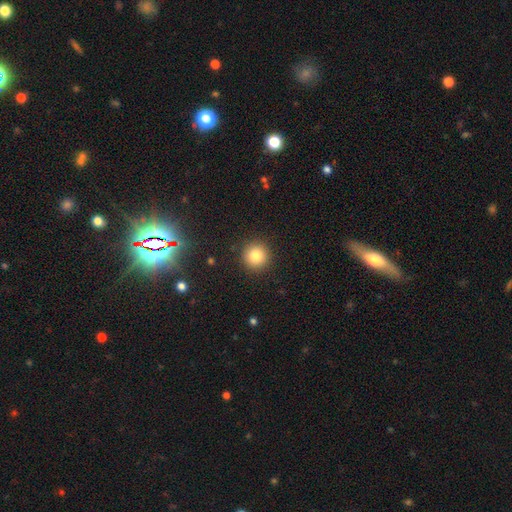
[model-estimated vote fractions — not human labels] Q: Smooth or featured?
A: smooth (82%); runner-up: star or artifact (11%)
Q: How rounded?
A: round (95%); runner-up: in between (4%)
Q: Merging?
A: none (91%); runner-up: minor disturbance (6%)